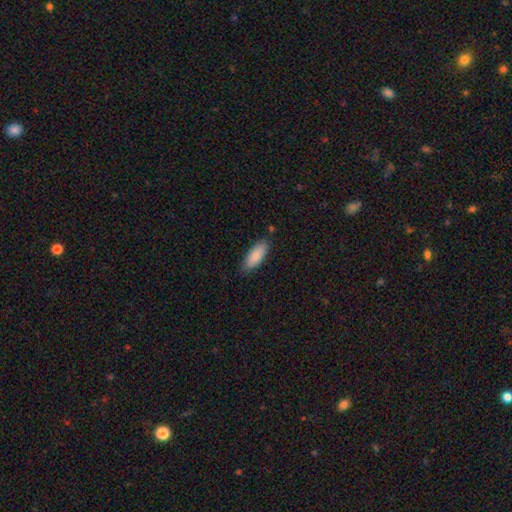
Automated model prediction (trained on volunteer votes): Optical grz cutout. It shows a smooth galaxy with no disk features (87%) that is in between round and cigar-shaped (75%). Merging: none (83%).